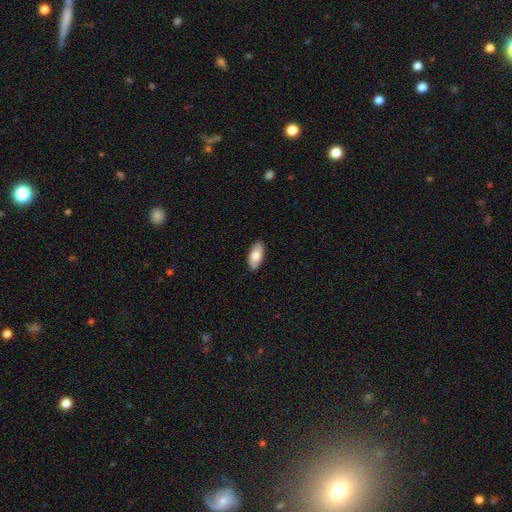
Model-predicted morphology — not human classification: smooth_or_featured: smooth (p=0.81) [alt: featured or disk p=0.13]
how_rounded: in between (p=0.90) [alt: cigar-shaped p=0.08]
merging: none (p=0.88) [alt: minor disturbance p=0.10]